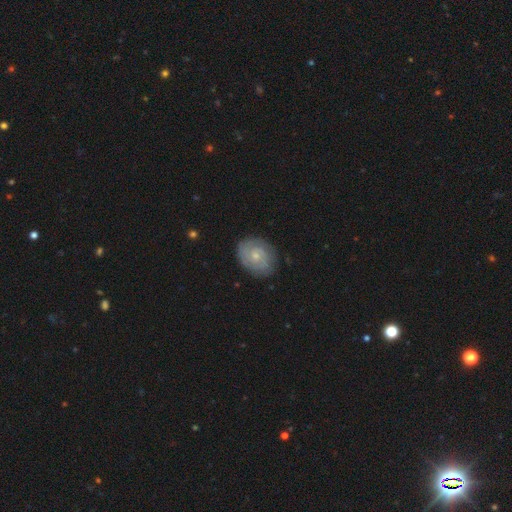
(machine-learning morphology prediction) This is likely a featured or disk galaxy (74%). It is clearly not viewed edge-on (97%). Bar: likely no (75%). Spiral arm pattern: clearly yes (92%). Spiral arm count: possibly 2 (45%). Spiral winding: likely tight (73%). Central bulge: likely small (72%). Merging: clearly none (82%).